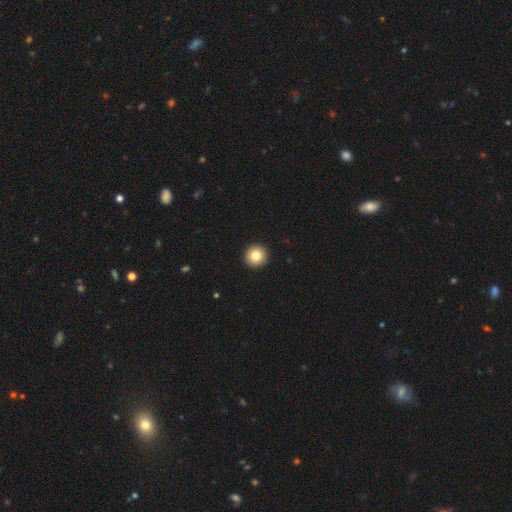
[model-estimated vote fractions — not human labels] Smooth or featured? smooth (82%)
How rounded? round (95%)
Merging? none (94%)